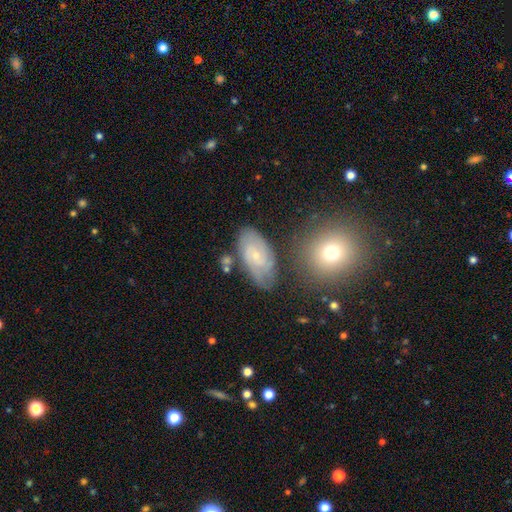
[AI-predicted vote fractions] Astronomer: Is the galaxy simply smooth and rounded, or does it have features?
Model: featured or disk — 64%.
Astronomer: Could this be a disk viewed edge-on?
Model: no — 95%.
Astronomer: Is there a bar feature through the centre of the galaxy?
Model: no — 64%.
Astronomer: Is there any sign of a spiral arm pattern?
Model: yes — 84%.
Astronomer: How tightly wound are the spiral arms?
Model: tight — 55% (runner-up: medium, 33%).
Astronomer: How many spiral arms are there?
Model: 2 — 41% (runner-up: can't tell, 39%).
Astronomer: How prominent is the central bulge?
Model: small — 78%.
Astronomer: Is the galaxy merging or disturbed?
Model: none — 67%.